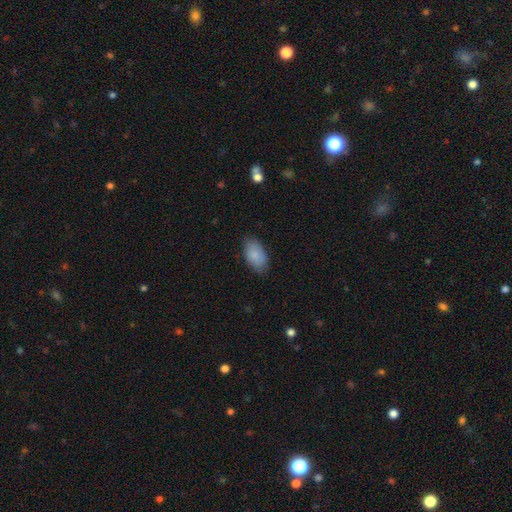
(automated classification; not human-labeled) A smooth galaxy with no disk features (86%) that is in between round and cigar-shaped (94%).

Vote fractions:
- Smooth or featured? smooth: 86% / featured or disk: 8% / star or artifact: 6%
- How rounded? in between: 94% / round: 4% / cigar-shaped: 2%
- Merging? none: 76% / minor disturbance: 19% / major disturbance: 4% / merger: 1%